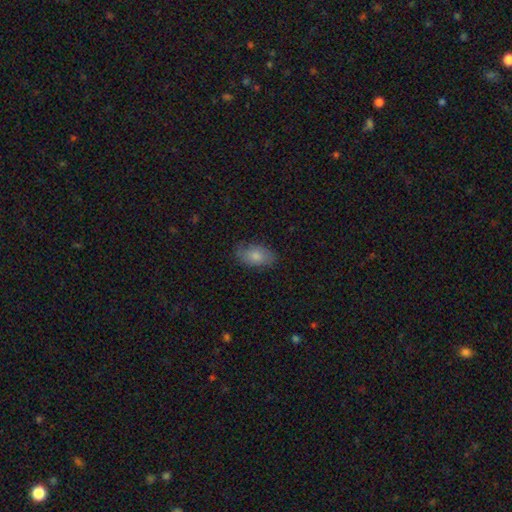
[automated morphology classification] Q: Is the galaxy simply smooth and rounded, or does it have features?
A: smooth — 73%.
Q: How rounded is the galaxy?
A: in between — 91%.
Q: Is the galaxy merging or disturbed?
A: none — 70%.